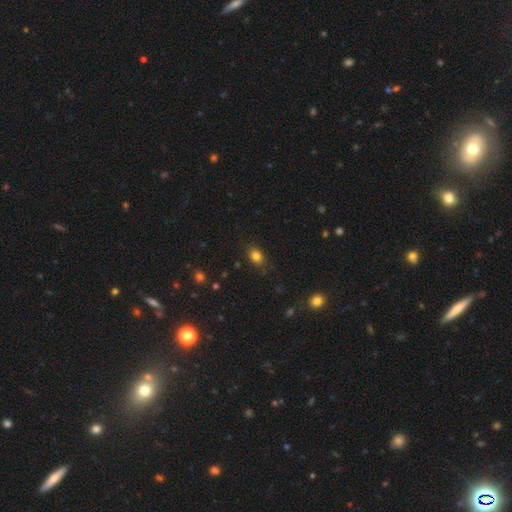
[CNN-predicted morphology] Overall: smooth (82%). How rounded: in between (65%; round 34%). Merging: none (81%).